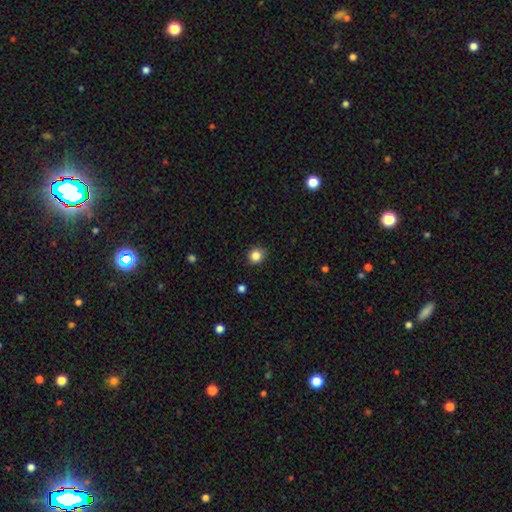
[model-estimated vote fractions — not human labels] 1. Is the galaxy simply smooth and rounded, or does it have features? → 84% smooth, 11% star or artifact, 5% featured or disk.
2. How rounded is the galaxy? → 85% round, 14% in between, 1% cigar-shaped.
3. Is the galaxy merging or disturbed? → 83% none, 13% minor disturbance, 2% major disturbance, 1% merger.